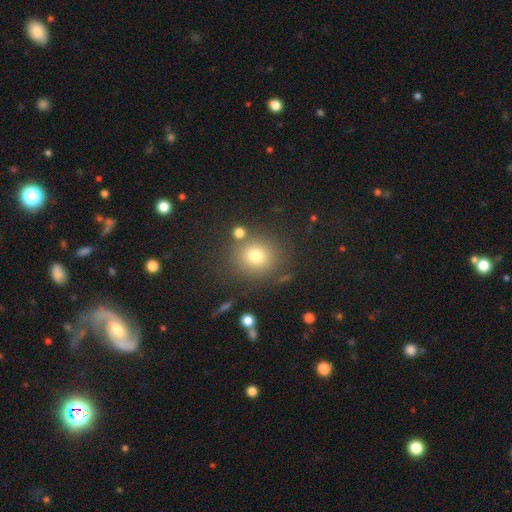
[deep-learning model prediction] Smooth or featured: smooth — 75% (star or artifact — 16%)
How rounded: round — 84% (in between — 15%)
Merging: none — 81% (minor disturbance — 10%)